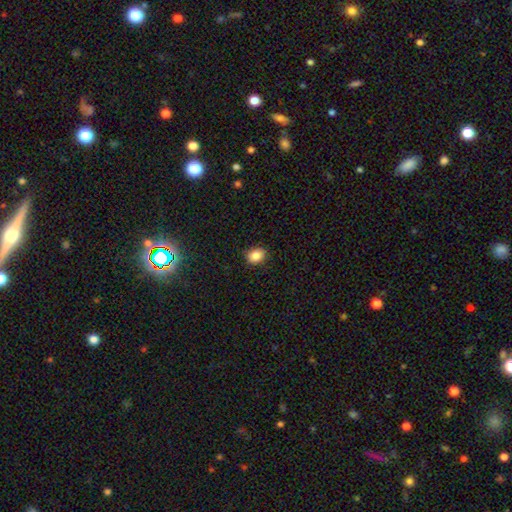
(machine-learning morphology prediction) Smooth or featured?
  - smooth: 86% *
  - star or artifact: 10%
  - featured or disk: 4%
How rounded?
  - in between: 60% *
  - round: 39%
  - cigar-shaped: 1%
Merging?
  - none: 87% *
  - minor disturbance: 10%
  - major disturbance: 2%
  - merger: 1%